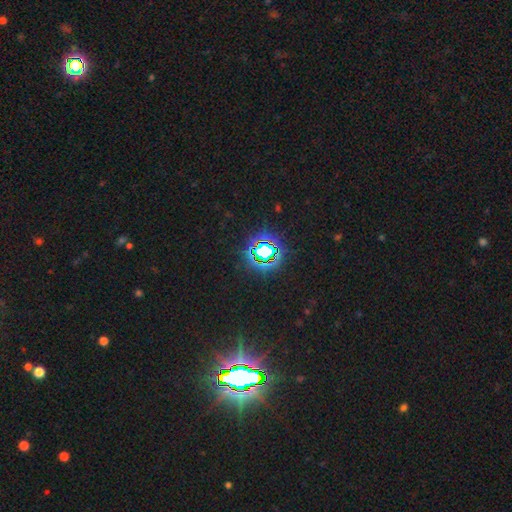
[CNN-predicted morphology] smooth_or_featured: star or artifact (p=0.82) [alt: smooth p=0.10]